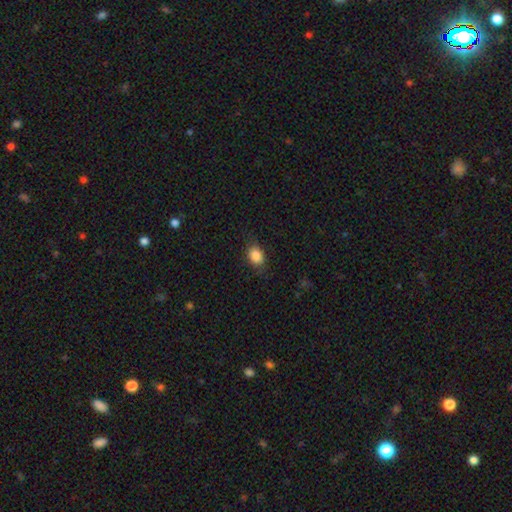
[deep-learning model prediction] smooth-or-featured: smooth: 86% | star or artifact: 9% | featured or disk: 5%
  how-rounded: in between: 68% | round: 30% | cigar-shaped: 2%
  merging: none: 78% | minor disturbance: 16% | major disturbance: 4% | merger: 1%